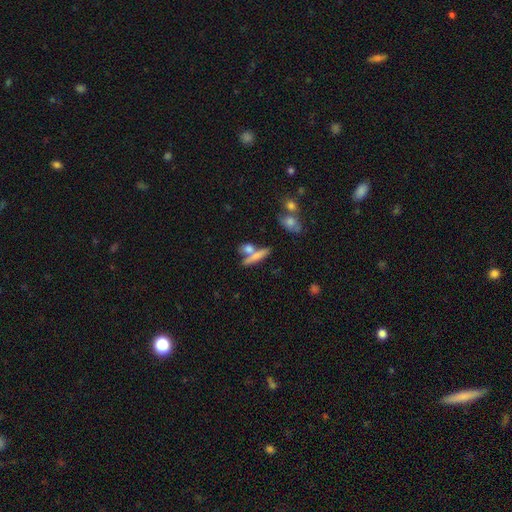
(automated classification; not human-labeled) A smooth galaxy with no disk features (61%) that is cigar-shaped (69%).

Vote fractions:
- Smooth or featured? smooth: 61% / featured or disk: 30% / star or artifact: 9%
- How rounded? cigar-shaped: 69% / in between: 22% / round: 9%
- Merging? none: 56% / merger: 29% / minor disturbance: 11% / major disturbance: 4%